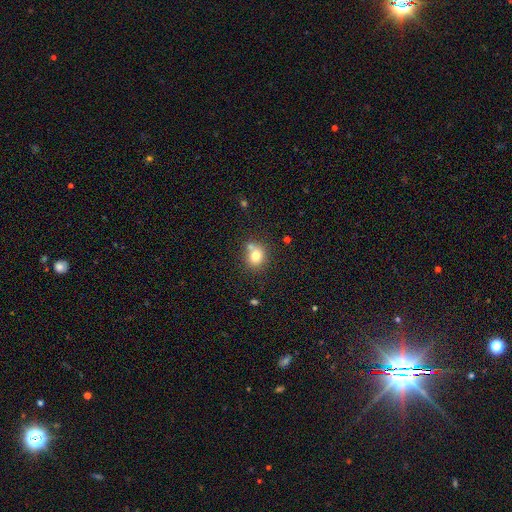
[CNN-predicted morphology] Overall: smooth (76%). How rounded: round (76%). Merging: none (62%; merger 22%).